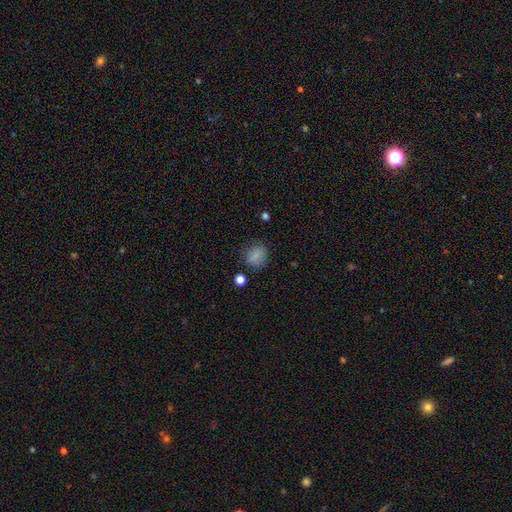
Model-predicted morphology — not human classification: type=smooth (76%); roundness=round (61%); merging=none (76%).